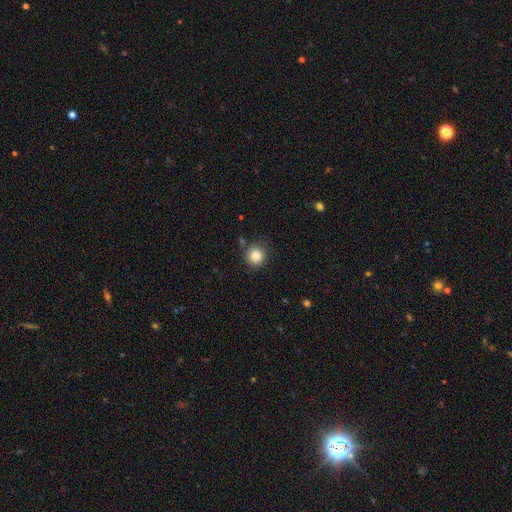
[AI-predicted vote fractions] A smooth galaxy with no disk features (85%) that is round (94%). Merging: none (85%).